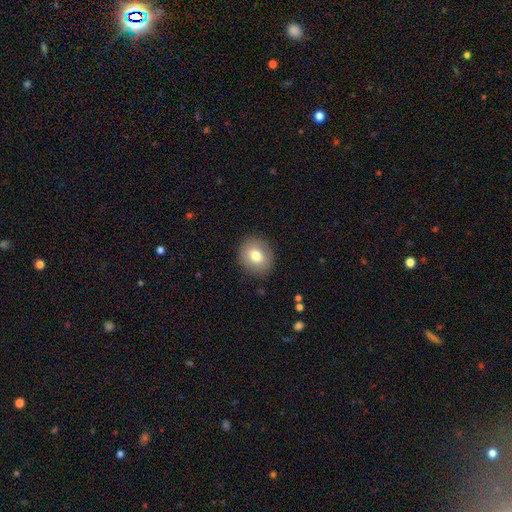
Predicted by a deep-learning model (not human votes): This appears to be a smooth galaxy with no disk features (78%) that is round (70%). Merging: none (88%).